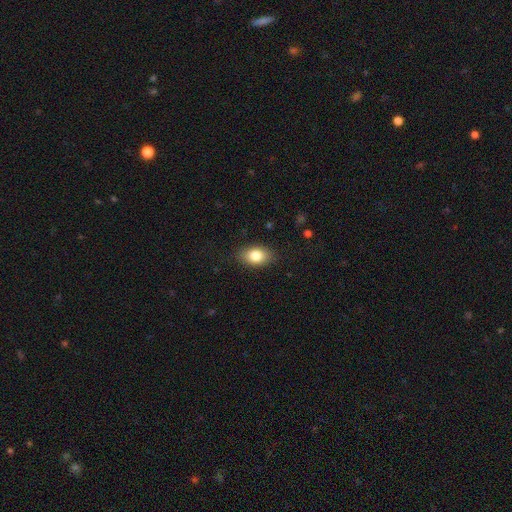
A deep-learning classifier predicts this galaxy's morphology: type=smooth (83%); roundness=in between (85%); merging=none (85%).